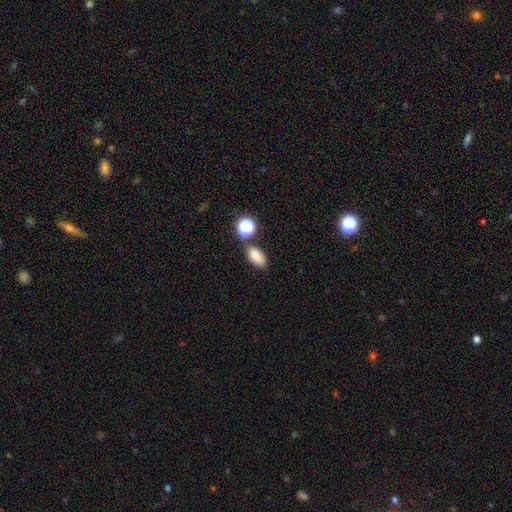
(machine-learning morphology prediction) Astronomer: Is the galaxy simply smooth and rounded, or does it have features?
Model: smooth — 83%.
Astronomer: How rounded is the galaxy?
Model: in between — 87%.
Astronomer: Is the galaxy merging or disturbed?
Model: none — 73%.